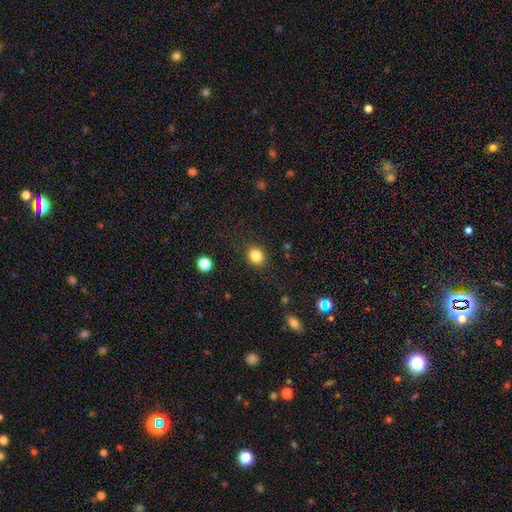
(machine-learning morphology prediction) Smooth or featured?
  - smooth: 84% *
  - star or artifact: 11%
  - featured or disk: 5%
How rounded?
  - round: 70% *
  - in between: 29%
  - cigar-shaped: 1%
Merging?
  - none: 87% *
  - minor disturbance: 9%
  - major disturbance: 3%
  - merger: 1%